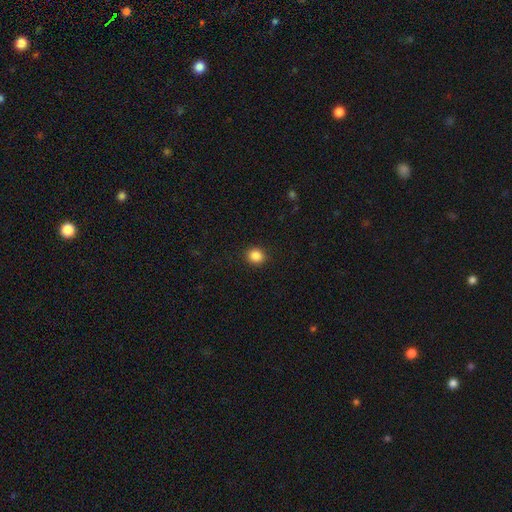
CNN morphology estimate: The model was most divided on "how rounded": round: 81%, in between: 18%, cigar-shaped: 1%. More confident: merging — none (91%); smooth or featured — smooth (87%).